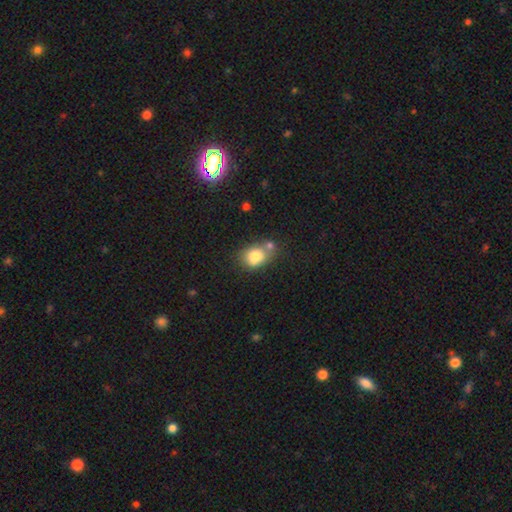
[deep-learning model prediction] smooth-or-featured: smooth: 76% | featured or disk: 14% | star or artifact: 10%
  how-rounded: in between: 57% | round: 42% | cigar-shaped: 1%
  merging: none: 42% | merger: 35% | minor disturbance: 17% | major disturbance: 6%